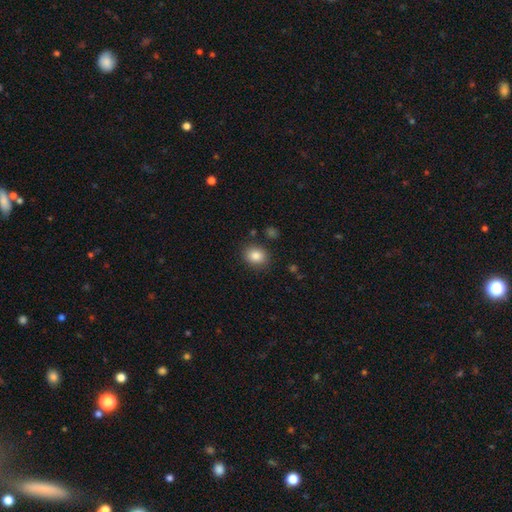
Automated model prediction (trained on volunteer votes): Smooth or featured: smooth — 86% (star or artifact — 9%)
How rounded: round — 56% (in between — 43%)
Merging: none — 85% (minor disturbance — 10%)